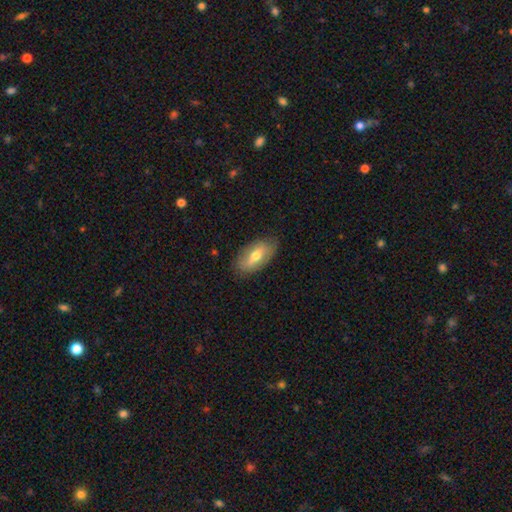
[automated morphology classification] Smooth or featured? smooth (53%)
How rounded? in between (88%)
Merging? none (82%)